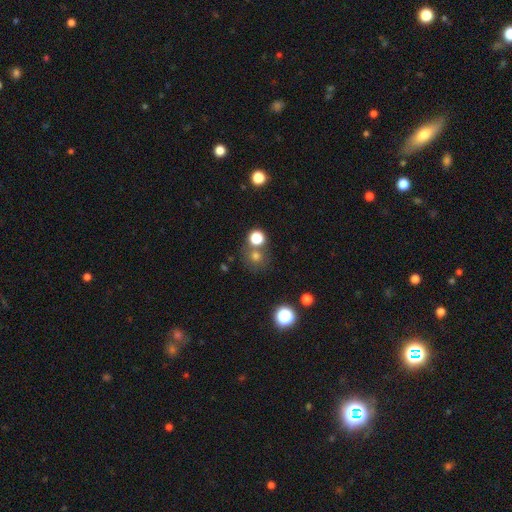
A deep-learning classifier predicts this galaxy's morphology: Smooth or featured? smooth (68%)
How rounded? round (88%)
Merging? none (64%)